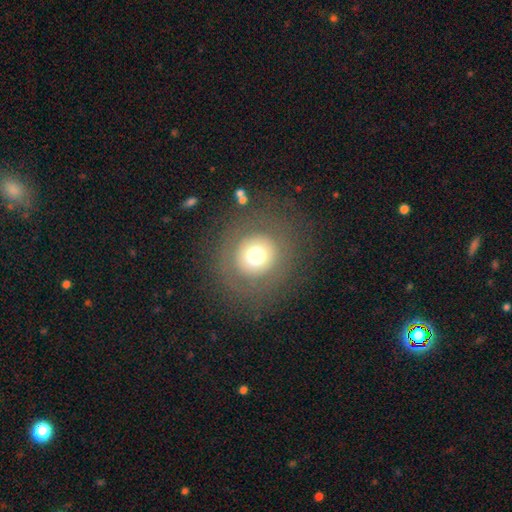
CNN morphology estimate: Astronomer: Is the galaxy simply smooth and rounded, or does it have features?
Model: smooth — 66%.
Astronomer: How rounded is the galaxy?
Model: round — 94%.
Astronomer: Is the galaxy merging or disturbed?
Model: none — 82%.